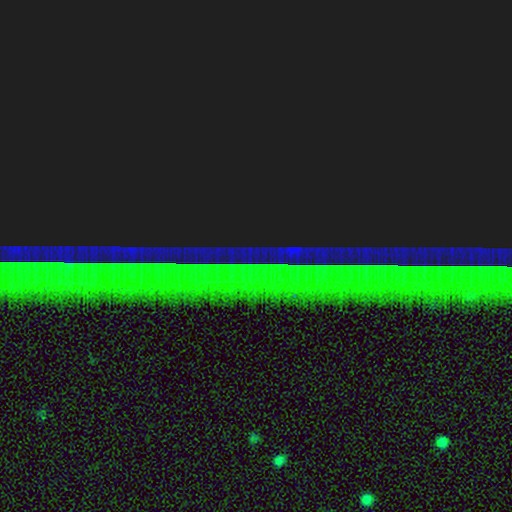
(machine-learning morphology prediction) Smooth or featured? Predicted: star or artifact (p=0.85).